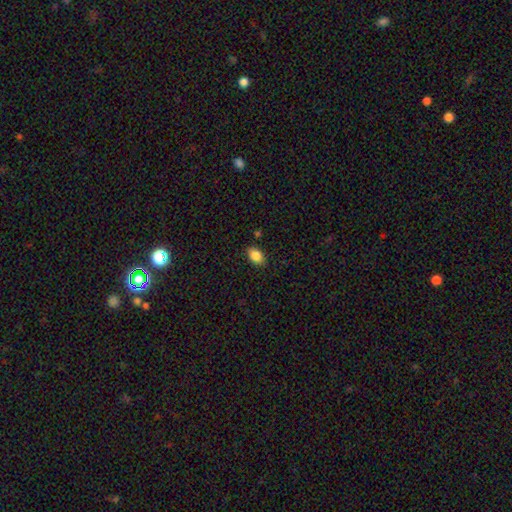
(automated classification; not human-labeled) Smooth or featured?
  - smooth: 86% *
  - star or artifact: 9%
  - featured or disk: 6%
How rounded?
  - in between: 84% *
  - round: 15%
  - cigar-shaped: 1%
Merging?
  - none: 86% *
  - minor disturbance: 10%
  - major disturbance: 2%
  - merger: 2%